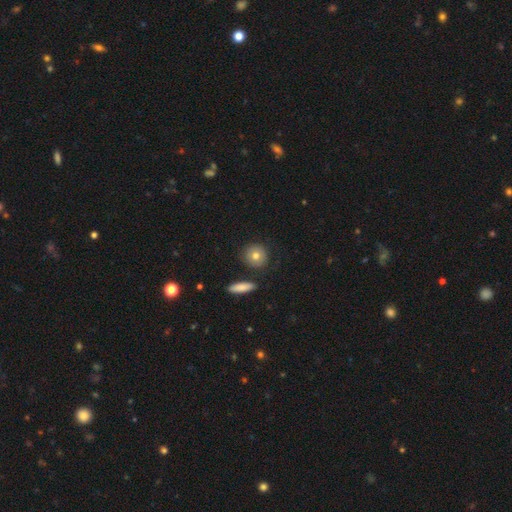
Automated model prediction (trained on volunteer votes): This is likely a smooth galaxy (77%). How rounded: clearly round (86%). Merging: clearly none (84%).